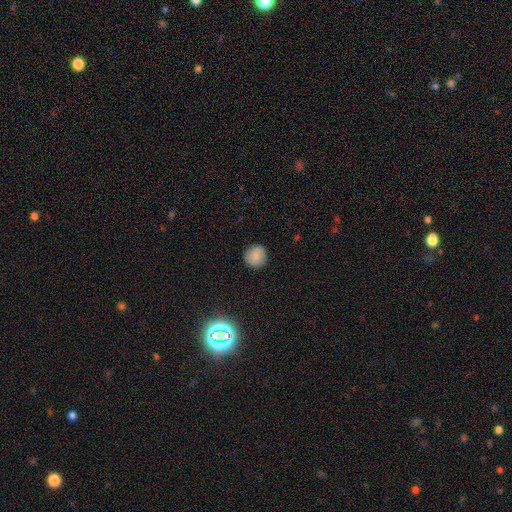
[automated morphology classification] Smooth or featured: smooth — 84% (star or artifact — 10%)
How rounded: round — 93% (in between — 6%)
Merging: none — 91% (minor disturbance — 7%)